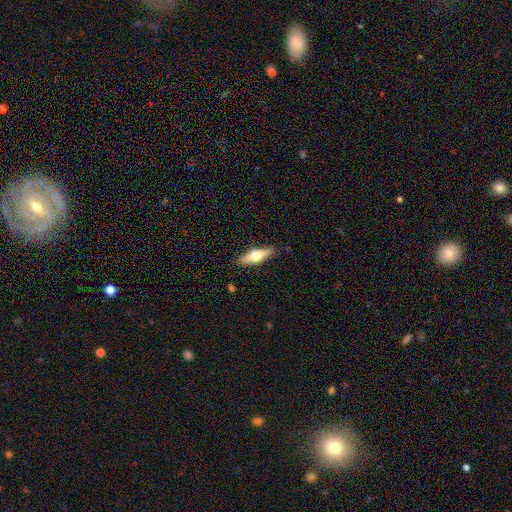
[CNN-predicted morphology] type=featured or disk (48%); merging=none (87%).